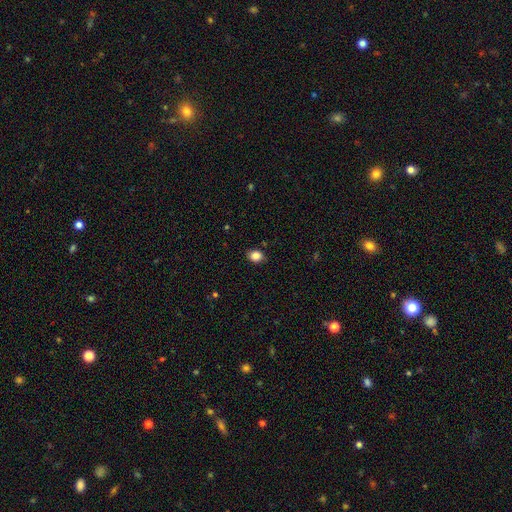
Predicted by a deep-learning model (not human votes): Smooth or featured: smooth — 86% (star or artifact — 9%)
How rounded: in between — 57% (round — 42%)
Merging: none — 87% (minor disturbance — 10%)